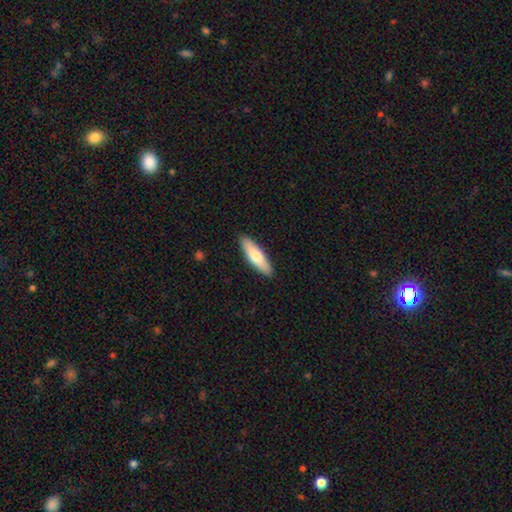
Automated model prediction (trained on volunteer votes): A smooth galaxy with no disk features (69%) that is cigar-shaped (59%).

Vote fractions:
- Smooth or featured? smooth: 69% / featured or disk: 26% / star or artifact: 5%
- How rounded? cigar-shaped: 59% / in between: 39% / round: 2%
- Merging? none: 90% / minor disturbance: 8% / major disturbance: 2% / merger: 1%